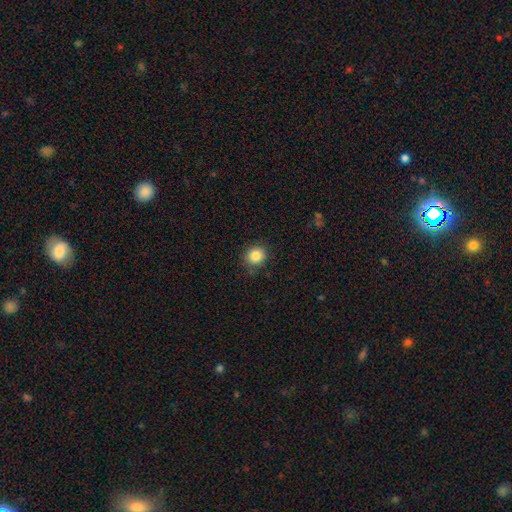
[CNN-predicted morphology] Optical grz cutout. It shows a smooth galaxy with no disk features (85%) that is round (84%). Merging: none (86%).